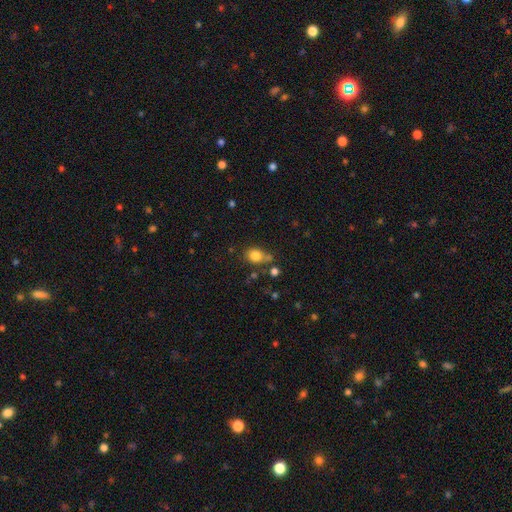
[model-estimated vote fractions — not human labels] Smooth or featured?
  - smooth: 81% *
  - star or artifact: 11%
  - featured or disk: 8%
How rounded?
  - round: 56% *
  - in between: 43%
  - cigar-shaped: 1%
Merging?
  - none: 59% *
  - minor disturbance: 19%
  - merger: 16%
  - major disturbance: 7%